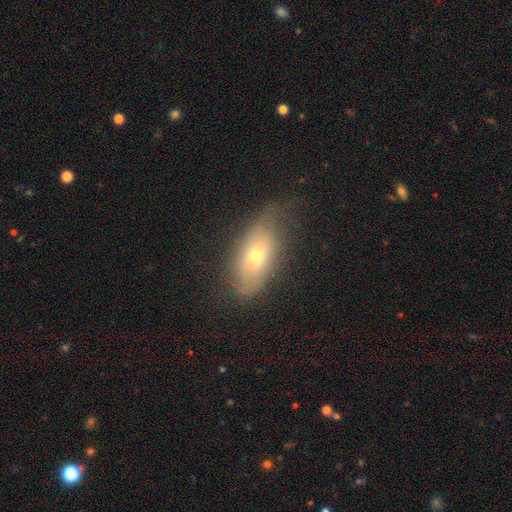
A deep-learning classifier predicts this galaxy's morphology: Smooth or featured?
  - smooth: 53% *
  - featured or disk: 38%
  - star or artifact: 10%
How rounded?
  - in between: 84% *
  - cigar-shaped: 11%
  - round: 5%
Merging?
  - none: 56% *
  - minor disturbance: 31%
  - major disturbance: 11%
  - merger: 2%